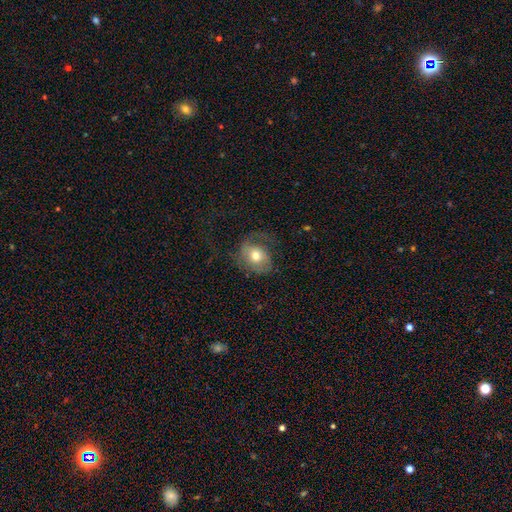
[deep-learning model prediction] smooth-or-featured: featured or disk: 47% | smooth: 45% | star or artifact: 8%
  merging: none: 44% | major disturbance: 33% | minor disturbance: 22% | merger: 2%